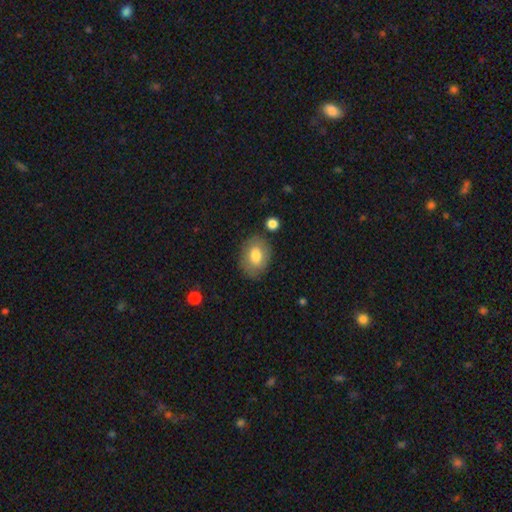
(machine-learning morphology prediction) A smooth galaxy with no disk features (76%) that is in between round and cigar-shaped (71%).

Vote fractions:
- Smooth or featured? smooth: 76% / featured or disk: 17% / star or artifact: 7%
- How rounded? in between: 71% / round: 28% / cigar-shaped: 1%
- Merging? none: 80% / minor disturbance: 13% / major disturbance: 4% / merger: 3%